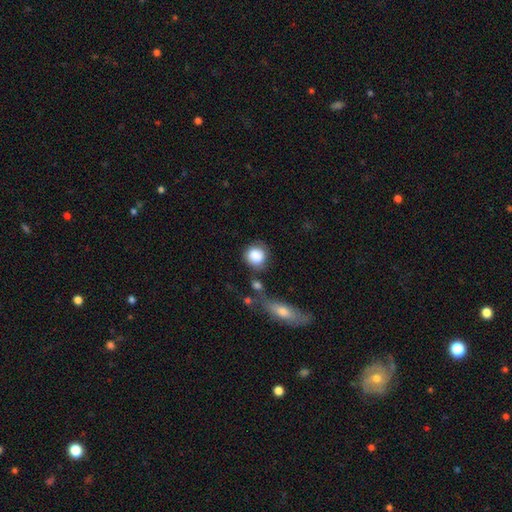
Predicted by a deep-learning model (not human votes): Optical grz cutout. It shows a smooth galaxy with no disk features (86%) that is round (86%). Merging: none (60%).